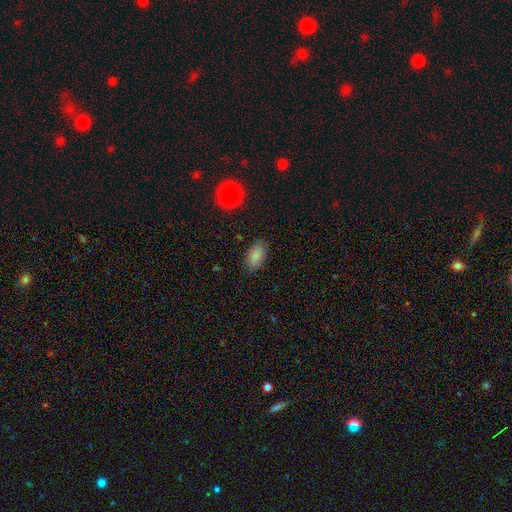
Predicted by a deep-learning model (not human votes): smooth_or_featured: smooth (p=0.86) [alt: star or artifact p=0.08]
how_rounded: in between (p=0.92) [alt: round p=0.04]
merging: none (p=0.85) [alt: minor disturbance p=0.11]